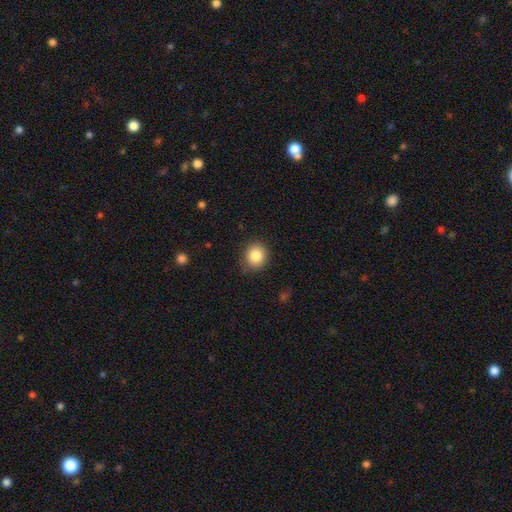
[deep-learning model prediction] A smooth galaxy with no disk features (84%) that is round (81%). Merging: none (85%).